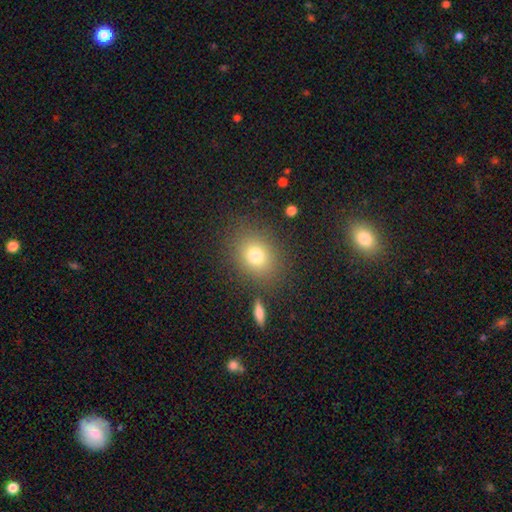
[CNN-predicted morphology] type=smooth (76%); roundness=round (52%); merging=none (82%).